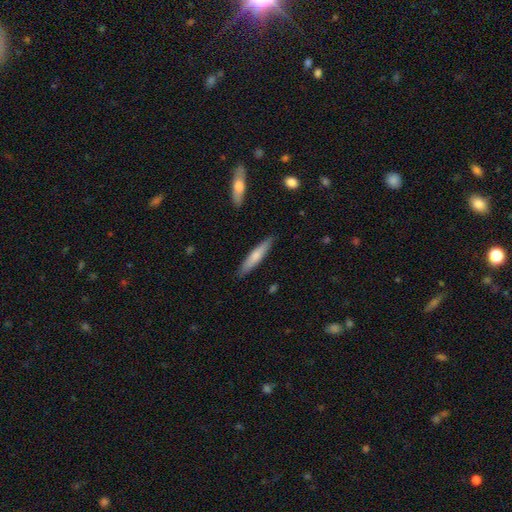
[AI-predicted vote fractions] The model was most divided on "smooth or featured": smooth: 67%, featured or disk: 28%, star or artifact: 5%. More confident: merging — none (88%); how rounded — cigar-shaped (87%).